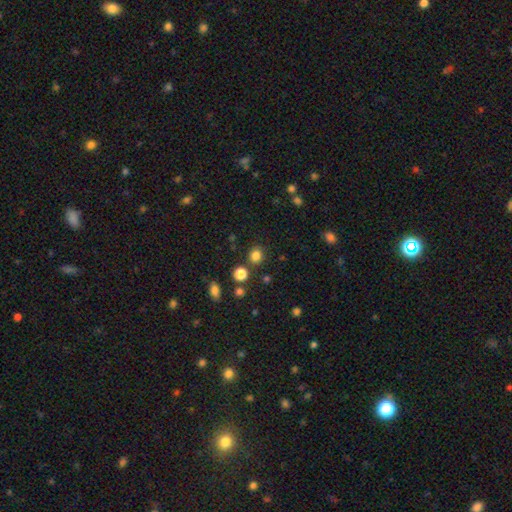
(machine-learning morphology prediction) Smooth or featured: smooth — 82% (star or artifact — 14%)
How rounded: round — 81% (in between — 18%)
Merging: none — 84% (minor disturbance — 8%)